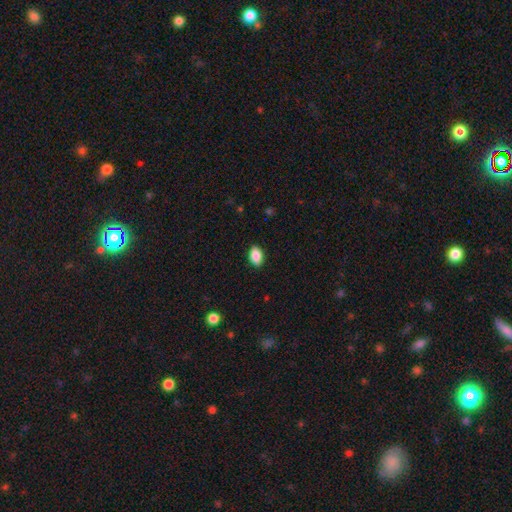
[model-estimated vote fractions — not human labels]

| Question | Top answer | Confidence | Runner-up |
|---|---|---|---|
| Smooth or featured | smooth | 89% | star or artifact (7%) |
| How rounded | in between | 90% | round (7%) |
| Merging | none | 88% | minor disturbance (9%) |